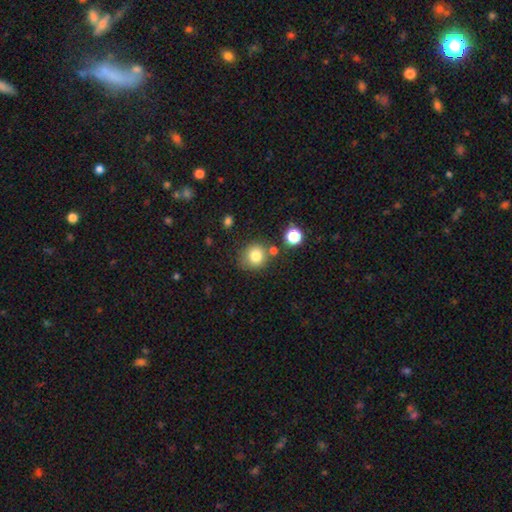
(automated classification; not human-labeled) This appears to be a smooth galaxy with no disk features (79%) that is round (86%). Merging: none (72%).